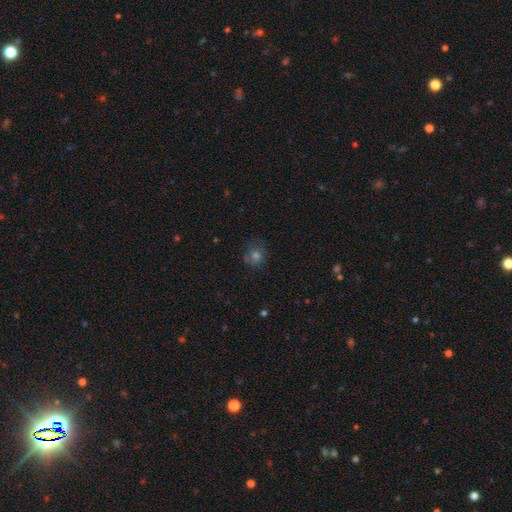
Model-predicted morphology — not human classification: Smooth or featured: smooth — 64% (star or artifact — 21%)
How rounded: round — 81% (in between — 18%)
Merging: none — 70% (minor disturbance — 18%)